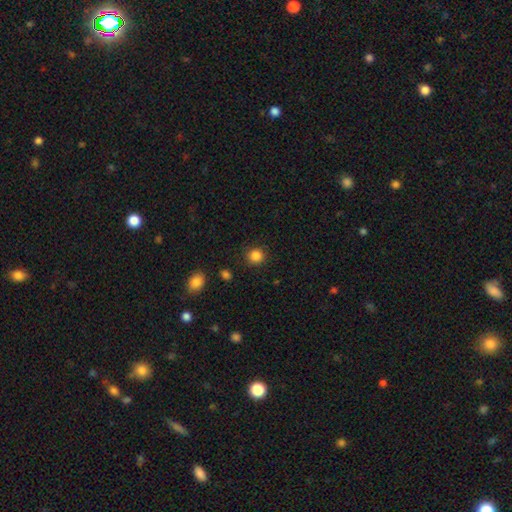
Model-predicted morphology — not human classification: Smooth or featured?
  - smooth: 85% *
  - star or artifact: 11%
  - featured or disk: 3%
How rounded?
  - round: 91% *
  - in between: 8%
  - cigar-shaped: 1%
Merging?
  - none: 88% *
  - minor disturbance: 8%
  - major disturbance: 3%
  - merger: 2%